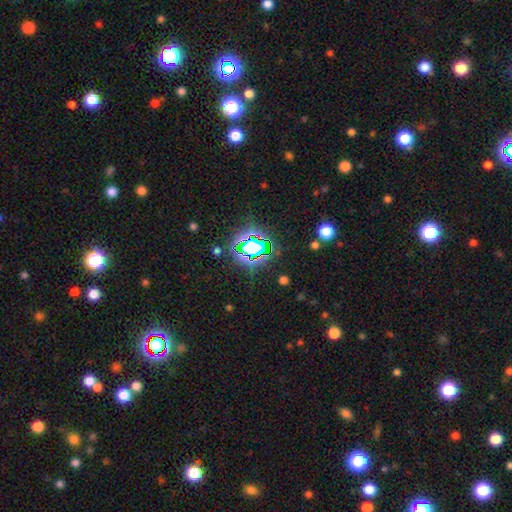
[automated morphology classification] Smooth or featured?
  - star or artifact: 75% *
  - smooth: 15%
  - featured or disk: 10%